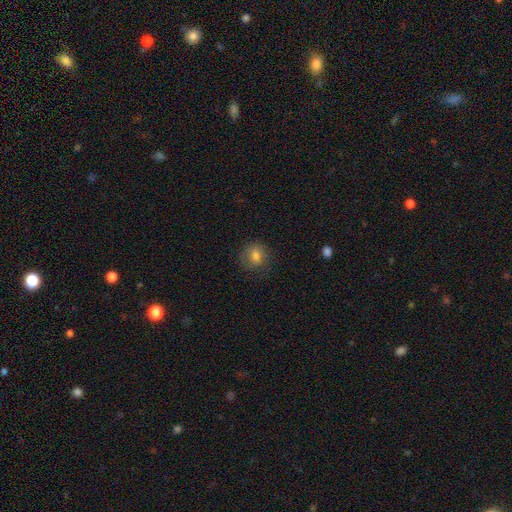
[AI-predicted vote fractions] Overall: smooth (76%). How rounded: round (77%). Merging: none (74%).